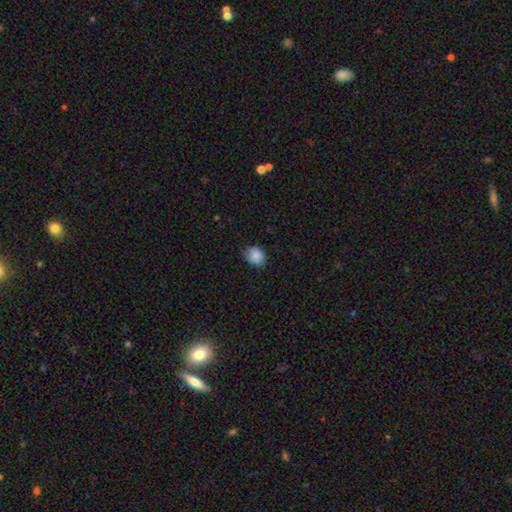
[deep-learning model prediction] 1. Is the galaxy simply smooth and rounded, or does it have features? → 88% smooth, 9% star or artifact, 4% featured or disk.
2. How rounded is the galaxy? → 66% round, 34% in between, 1% cigar-shaped.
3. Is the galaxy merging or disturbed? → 79% none, 17% minor disturbance, 3% major disturbance, 1% merger.